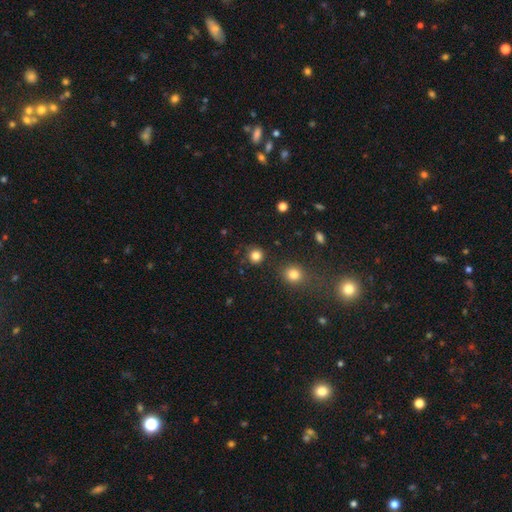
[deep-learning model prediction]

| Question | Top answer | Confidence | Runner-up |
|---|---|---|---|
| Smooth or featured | smooth | 83% | star or artifact (13%) |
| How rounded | round | 93% | in between (6%) |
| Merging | none | 86% | minor disturbance (8%) |